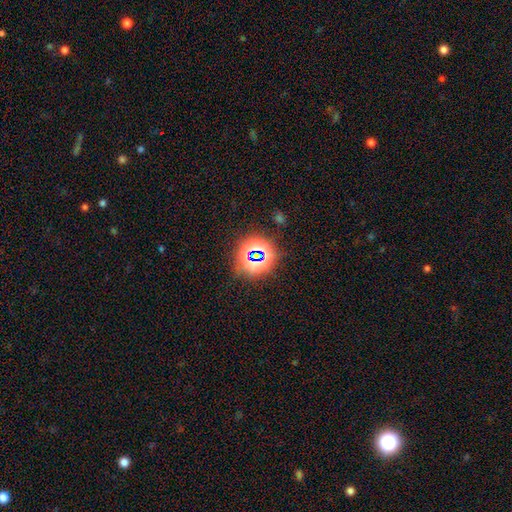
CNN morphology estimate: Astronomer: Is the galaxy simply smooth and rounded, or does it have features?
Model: star or artifact — 69%.